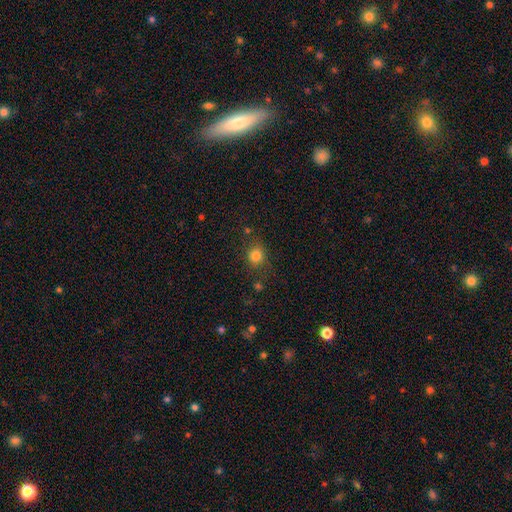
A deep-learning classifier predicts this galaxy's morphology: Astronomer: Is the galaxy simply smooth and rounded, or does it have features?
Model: smooth — 81%.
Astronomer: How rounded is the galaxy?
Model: round — 80%.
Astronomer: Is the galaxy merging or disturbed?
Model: none — 79%.